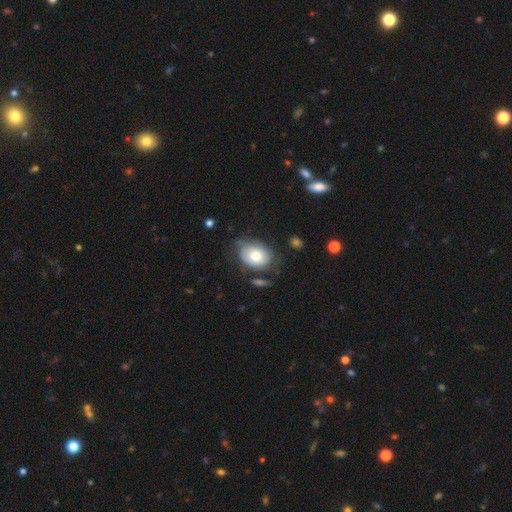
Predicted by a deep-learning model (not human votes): smooth 68%, featured or disk 24%, star or artifact 8%. Down the decision tree: how rounded — in between (66%); merging — none (53%).